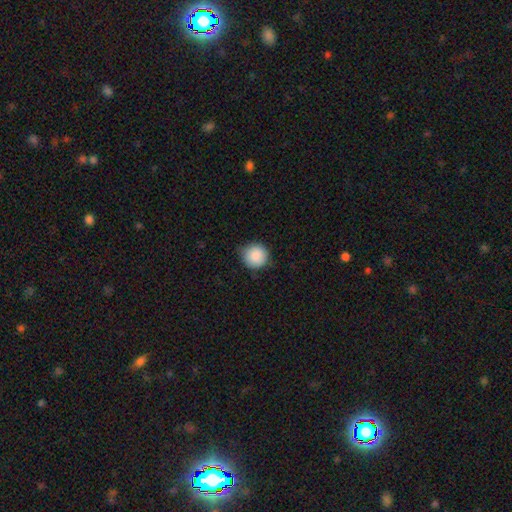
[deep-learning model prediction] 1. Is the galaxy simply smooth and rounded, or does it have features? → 89% smooth, 8% star or artifact, 4% featured or disk.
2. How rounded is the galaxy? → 93% round, 6% in between, 1% cigar-shaped.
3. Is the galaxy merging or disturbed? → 81% none, 15% minor disturbance, 3% major disturbance, 1% merger.